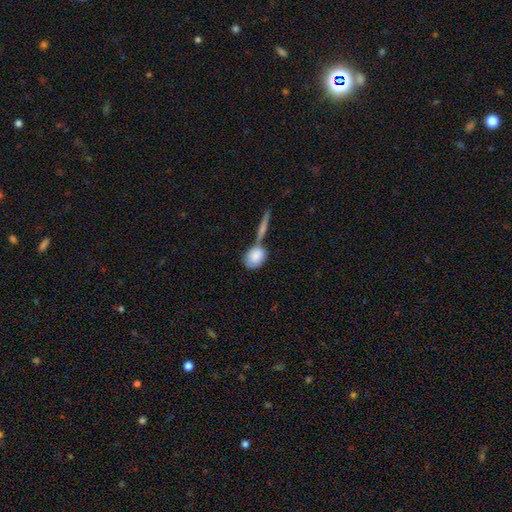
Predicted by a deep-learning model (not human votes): Smooth or featured?
  - smooth: 81% *
  - featured or disk: 13%
  - star or artifact: 6%
How rounded?
  - in between: 61% *
  - round: 34%
  - cigar-shaped: 5%
Merging?
  - none: 42% *
  - merger: 38%
  - minor disturbance: 14%
  - major disturbance: 7%